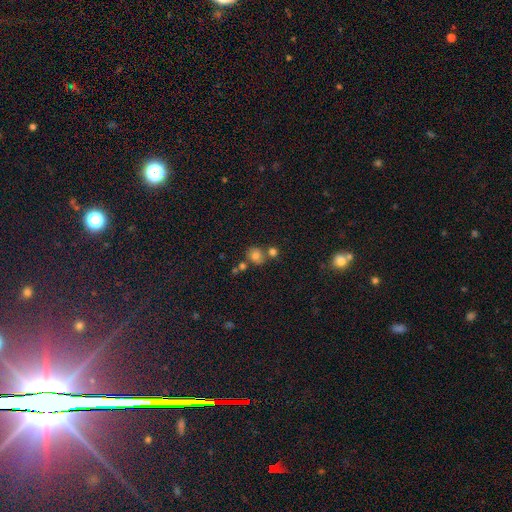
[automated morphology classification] Smooth or featured? Predicted: smooth (p=0.74). How rounded? Predicted: round (p=0.73). Merging? Predicted: none (p=0.60).